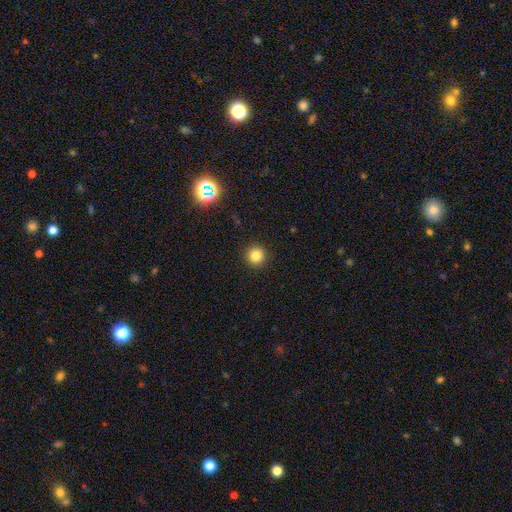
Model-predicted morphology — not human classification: smooth 82%, star or artifact 13%, featured or disk 5%. Down the decision tree: how rounded — round (95%); merging — none (93%).